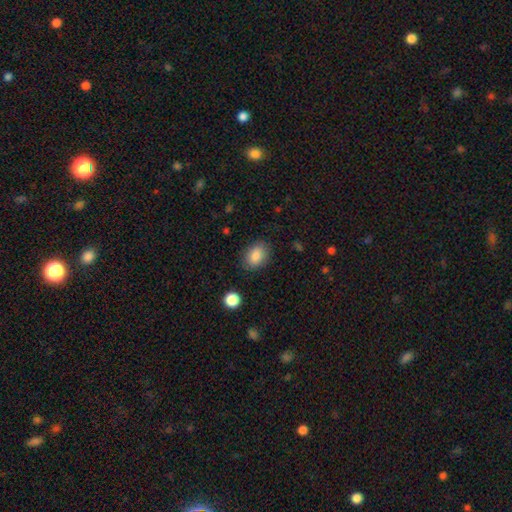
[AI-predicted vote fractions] Smooth or featured? smooth (85%)
How rounded? in between (78%)
Merging? none (84%)